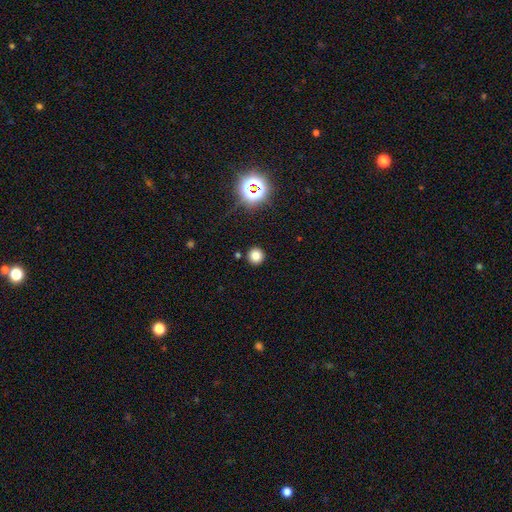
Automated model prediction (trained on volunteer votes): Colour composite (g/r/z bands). It shows a smooth galaxy with no disk features (77%) that is round (94%). Merging: none (90%).